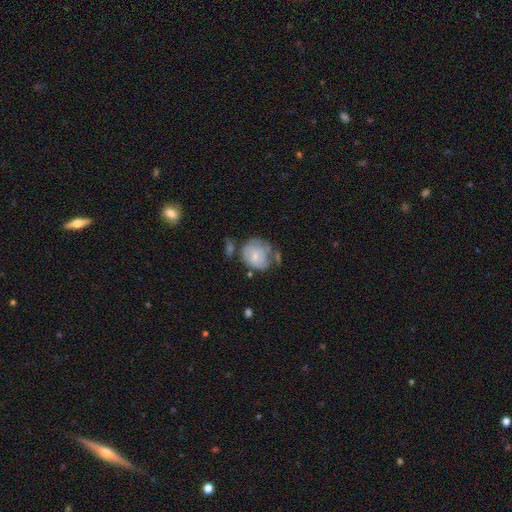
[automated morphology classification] Q: Smooth or featured?
A: smooth (54%); runner-up: featured or disk (39%)
Q: How rounded?
A: round (71%); runner-up: in between (28%)
Q: Merging?
A: none (38%); runner-up: minor disturbance (29%)